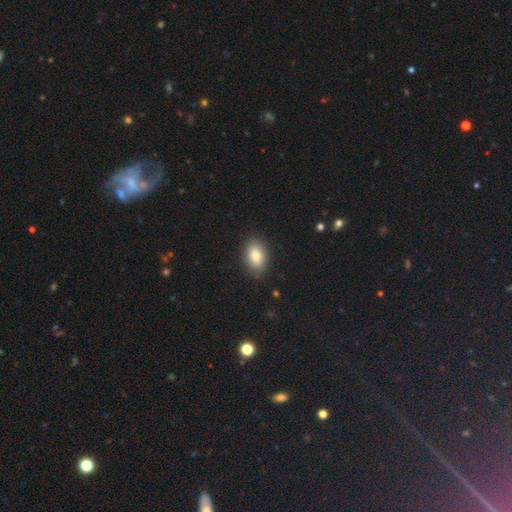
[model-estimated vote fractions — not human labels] Overall: smooth (82%). How rounded: in between (85%). Merging: none (87%).